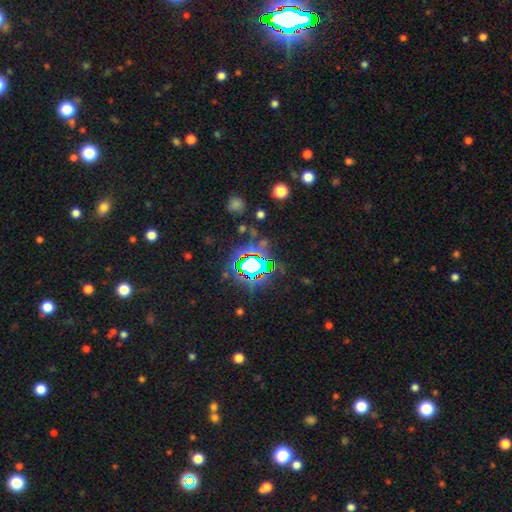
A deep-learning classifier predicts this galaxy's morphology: smooth-or-featured: star or artifact: 82% | smooth: 11% | featured or disk: 7%